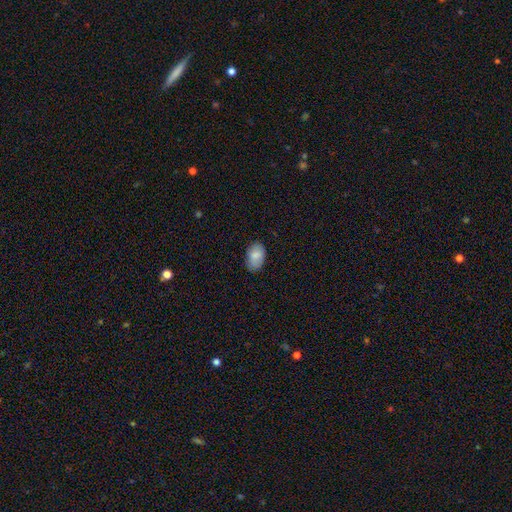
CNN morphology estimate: Q: Smooth or featured?
A: smooth (84%); runner-up: featured or disk (9%)
Q: How rounded?
A: in between (90%); runner-up: round (9%)
Q: Merging?
A: none (76%); runner-up: minor disturbance (19%)